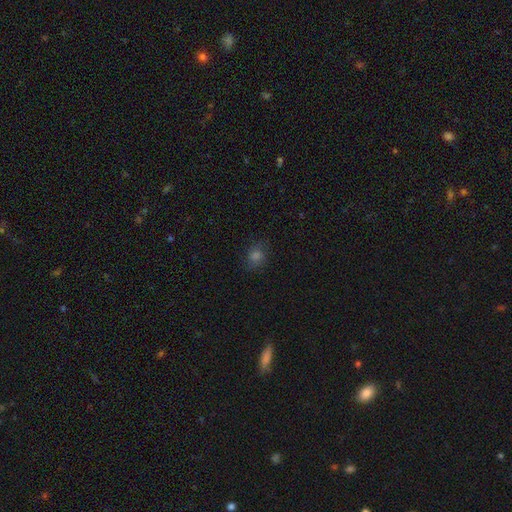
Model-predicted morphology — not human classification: type=smooth (61%); roundness=round (69%); merging=none (80%).